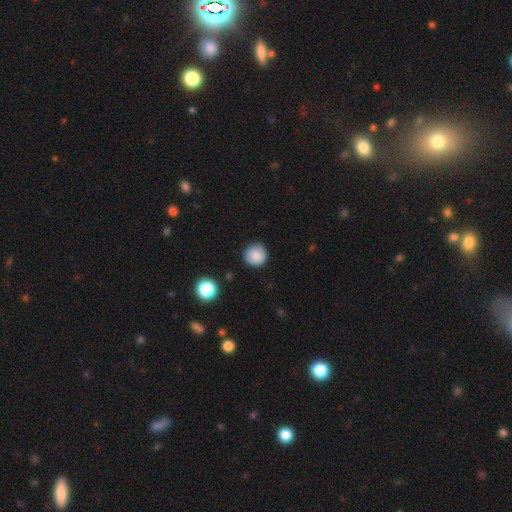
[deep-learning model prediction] Smooth or featured? smooth (87%)
How rounded? round (94%)
Merging? none (88%)